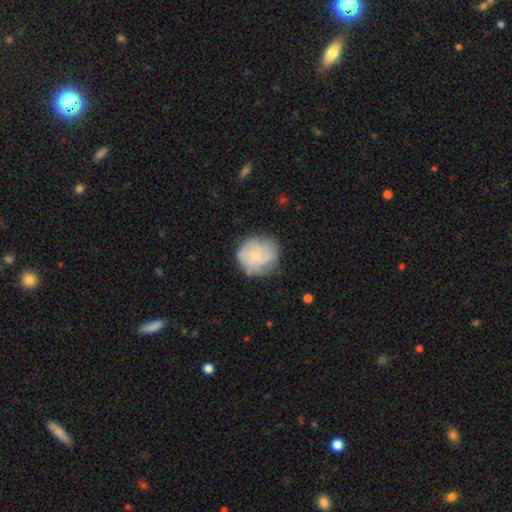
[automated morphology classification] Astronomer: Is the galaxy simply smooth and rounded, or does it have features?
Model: featured or disk — 47% (runner-up: smooth, 46%).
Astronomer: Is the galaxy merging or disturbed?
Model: none — 63%.